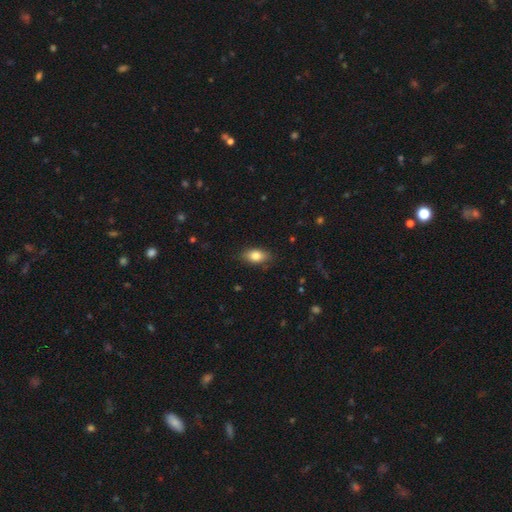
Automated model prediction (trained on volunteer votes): Smooth or featured? Predicted: smooth (p=0.82). How rounded? Predicted: in between (p=0.87). Merging? Predicted: none (p=0.84).